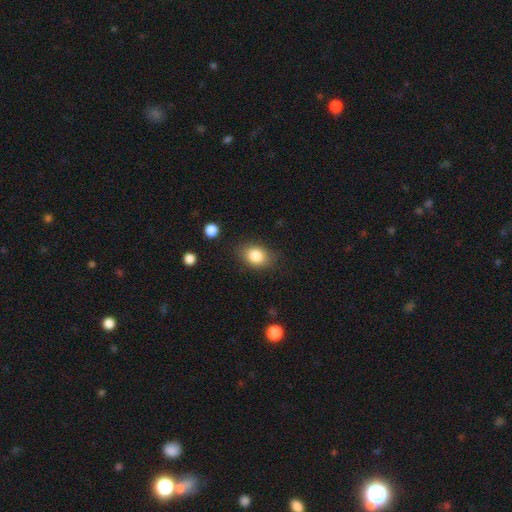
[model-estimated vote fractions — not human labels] The model was most divided on "how rounded": in between: 68%, round: 31%, cigar-shaped: 1%. More confident: smooth or featured — smooth (84%); merging — none (80%).